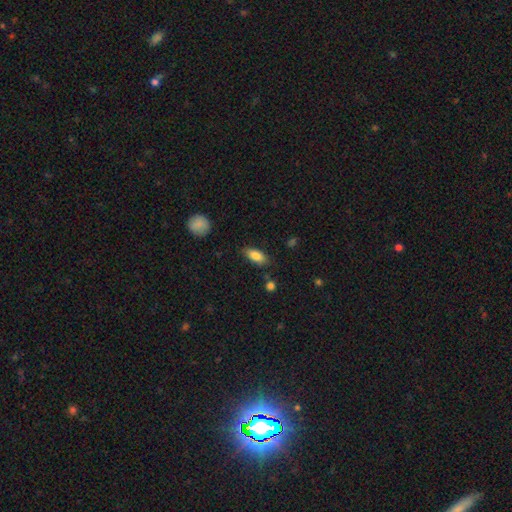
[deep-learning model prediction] smooth-or-featured: smooth: 84% | featured or disk: 9% | star or artifact: 7%
  how-rounded: in between: 85% | cigar-shaped: 13% | round: 3%
  merging: none: 81% | minor disturbance: 14% | major disturbance: 3% | merger: 2%